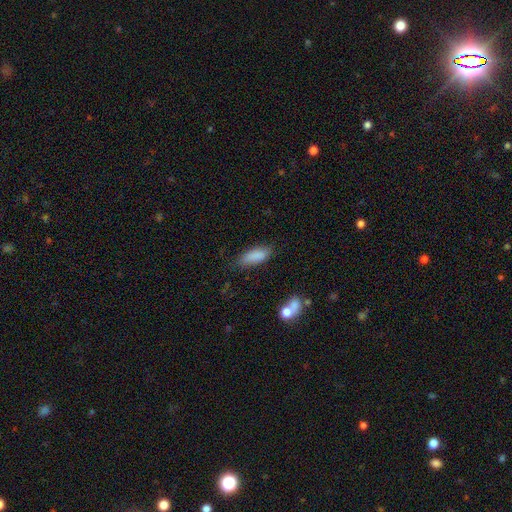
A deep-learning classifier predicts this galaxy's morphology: A smooth galaxy with no disk features (86%) that is in between round and cigar-shaped (73%).

Vote fractions:
- Smooth or featured? smooth: 86% / star or artifact: 7% / featured or disk: 7%
- How rounded? in between: 73% / cigar-shaped: 25% / round: 2%
- Merging? none: 73% / minor disturbance: 20% / major disturbance: 5% / merger: 3%